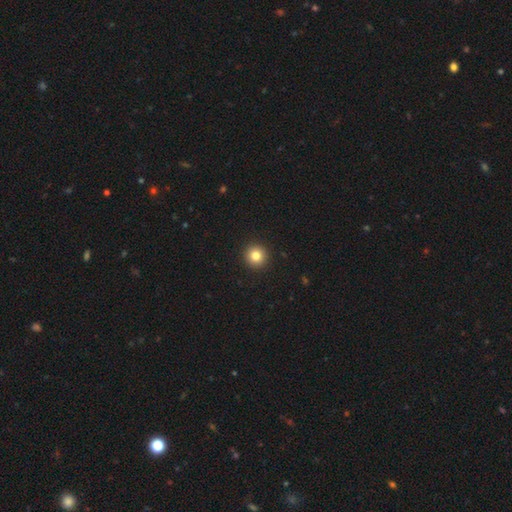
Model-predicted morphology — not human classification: A smooth galaxy with no disk features (82%) that is round (95%). Merging: none (93%).